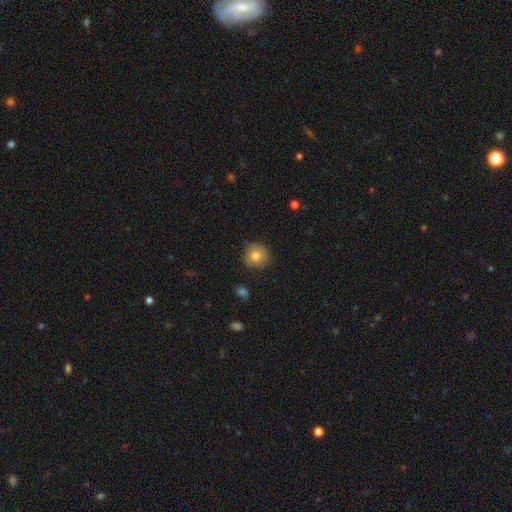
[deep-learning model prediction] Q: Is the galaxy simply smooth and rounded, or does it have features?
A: smooth — 79%.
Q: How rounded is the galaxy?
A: round — 92%.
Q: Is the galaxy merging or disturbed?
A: none — 82%.